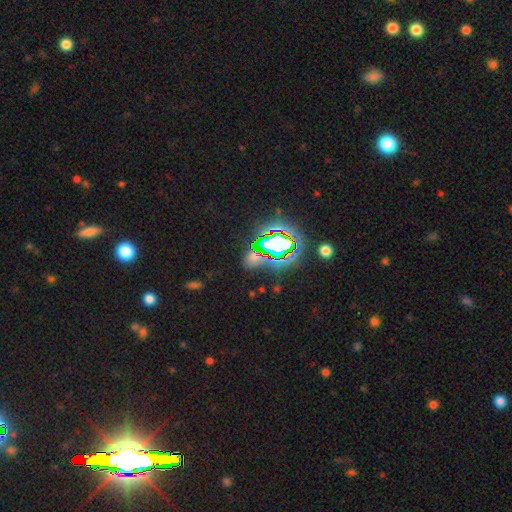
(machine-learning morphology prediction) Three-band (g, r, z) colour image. It shows a star or artifact, not a galaxy (65%).